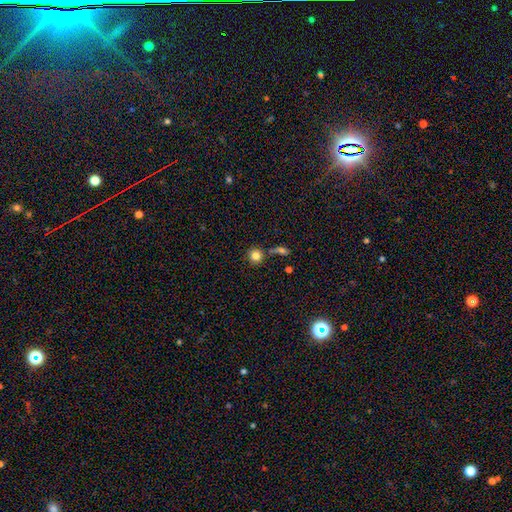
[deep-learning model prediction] This is clearly a smooth galaxy (82%). How rounded: clearly round (93%). Merging: likely none (74%).